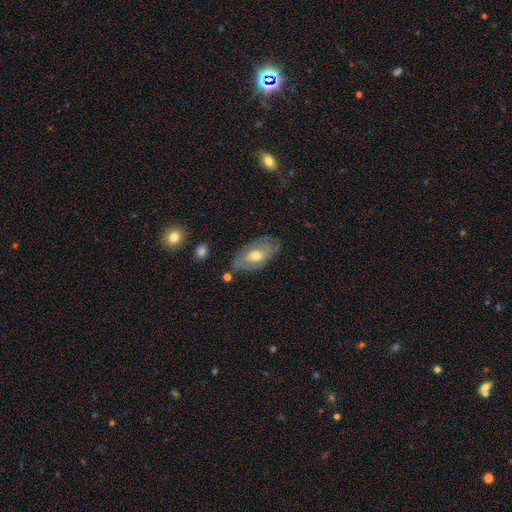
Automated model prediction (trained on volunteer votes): Smooth or featured?
  - featured or disk: 50% *
  - smooth: 43%
  - star or artifact: 7%
Edge-on disk?
  - no: 86% *
  - yes: 14%
Merging?
  - none: 68% *
  - minor disturbance: 23%
  - major disturbance: 7%
  - merger: 3%